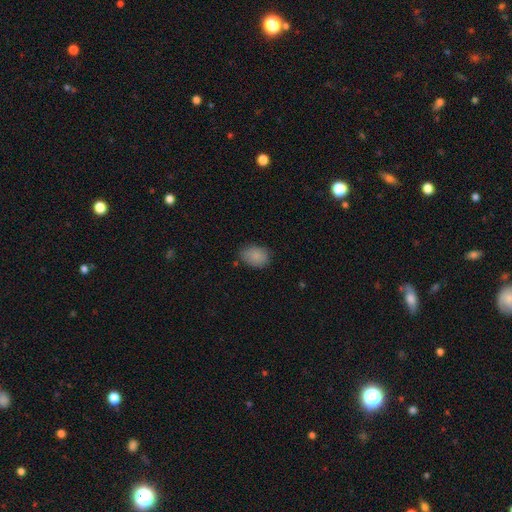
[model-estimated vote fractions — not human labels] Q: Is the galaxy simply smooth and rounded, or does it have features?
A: smooth — 87%.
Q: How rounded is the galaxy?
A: in between — 76%.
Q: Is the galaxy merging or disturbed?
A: none — 73%.